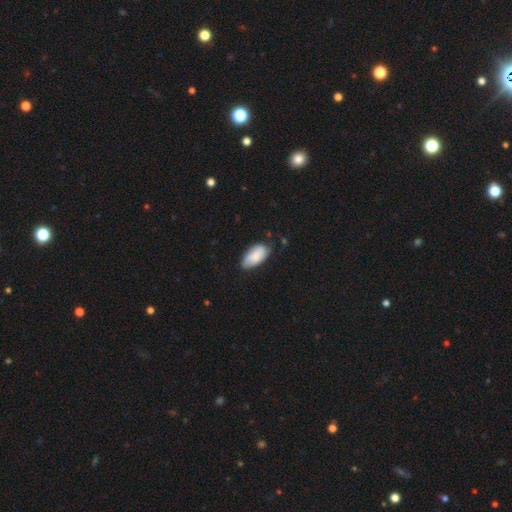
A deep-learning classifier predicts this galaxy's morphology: Smooth or featured? smooth (80%)
How rounded? in between (93%)
Merging? none (65%)